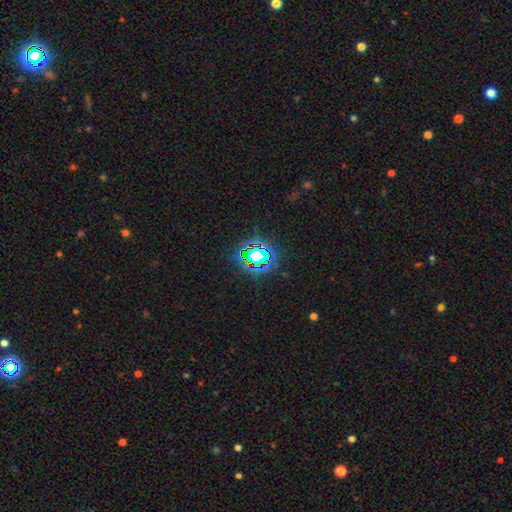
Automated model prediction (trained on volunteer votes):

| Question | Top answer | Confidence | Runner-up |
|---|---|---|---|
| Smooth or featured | star or artifact | 67% | smooth (20%) |